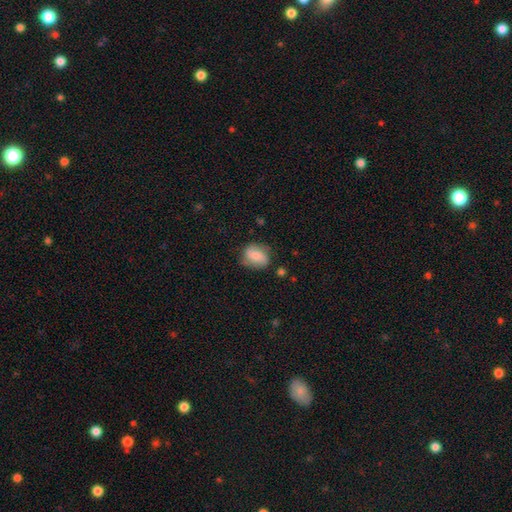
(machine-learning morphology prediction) Q: Smooth or featured?
A: smooth (62%); runner-up: featured or disk (29%)
Q: How rounded?
A: in between (59%); runner-up: round (39%)
Q: Merging?
A: none (65%); runner-up: minor disturbance (25%)